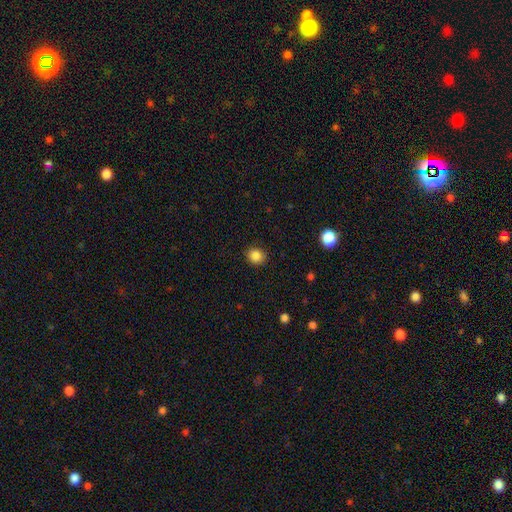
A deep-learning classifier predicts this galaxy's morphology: type=smooth (85%); roundness=round (79%); merging=none (89%).